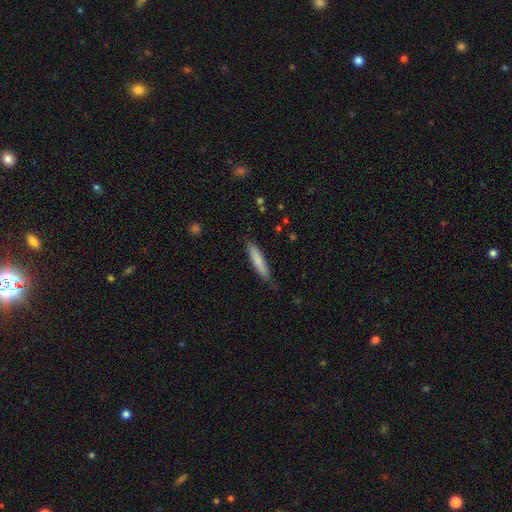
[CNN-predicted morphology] smooth 77%, featured or disk 16%, star or artifact 7%. Down the decision tree: how rounded — cigar-shaped (88%); merging — none (83%).